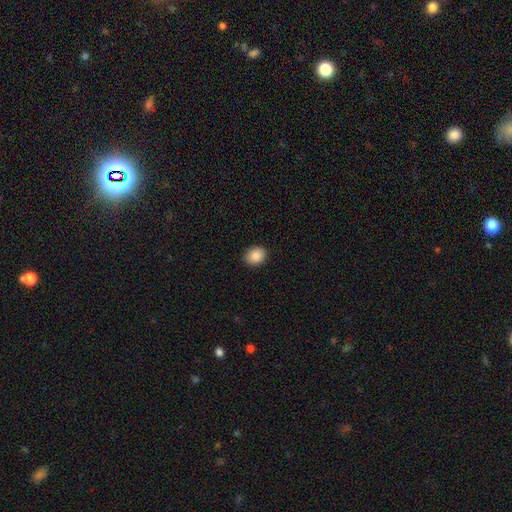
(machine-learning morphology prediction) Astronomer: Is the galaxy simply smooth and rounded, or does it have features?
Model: smooth — 89%.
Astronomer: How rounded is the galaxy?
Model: round — 53% (runner-up: in between, 47%).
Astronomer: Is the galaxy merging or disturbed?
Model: none — 88%.